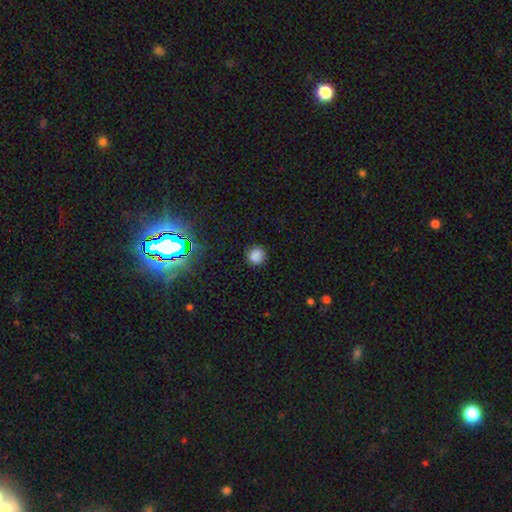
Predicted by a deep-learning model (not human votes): smooth-or-featured: smooth: 81% | star or artifact: 15% | featured or disk: 4%
  how-rounded: round: 88% | in between: 11% | cigar-shaped: 1%
  merging: none: 85% | minor disturbance: 11% | major disturbance: 3% | merger: 1%